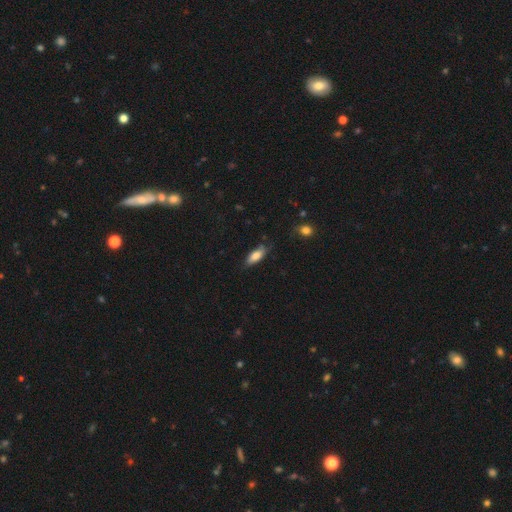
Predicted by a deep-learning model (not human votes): Smooth or featured?
  - smooth: 77% *
  - featured or disk: 16%
  - star or artifact: 7%
How rounded?
  - in between: 74% *
  - cigar-shaped: 24%
  - round: 2%
Merging?
  - none: 66% *
  - minor disturbance: 26%
  - major disturbance: 6%
  - merger: 2%